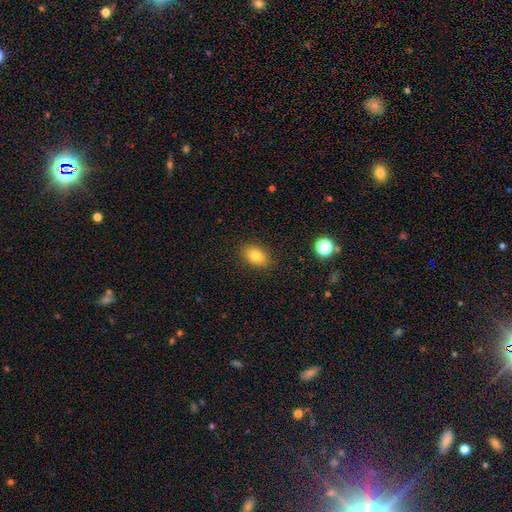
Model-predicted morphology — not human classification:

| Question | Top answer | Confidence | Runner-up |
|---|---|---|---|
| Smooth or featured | smooth | 81% | featured or disk (10%) |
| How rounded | in between | 85% | round (12%) |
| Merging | none | 87% | minor disturbance (9%) |